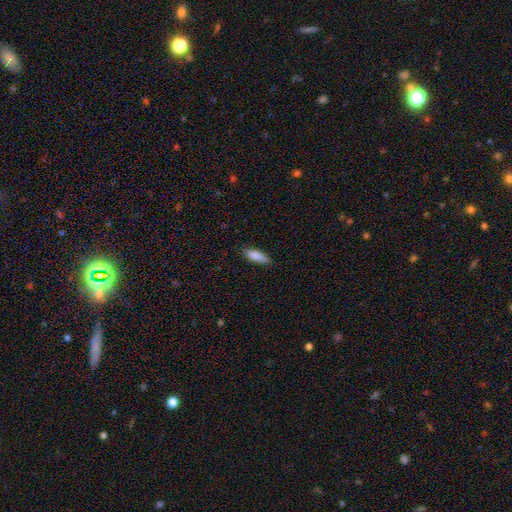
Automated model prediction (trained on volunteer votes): smooth-or-featured: smooth: 86% | featured or disk: 8% | star or artifact: 6%
  how-rounded: in between: 55% | cigar-shaped: 43% | round: 2%
  merging: none: 80% | minor disturbance: 16% | major disturbance: 3% | merger: 1%